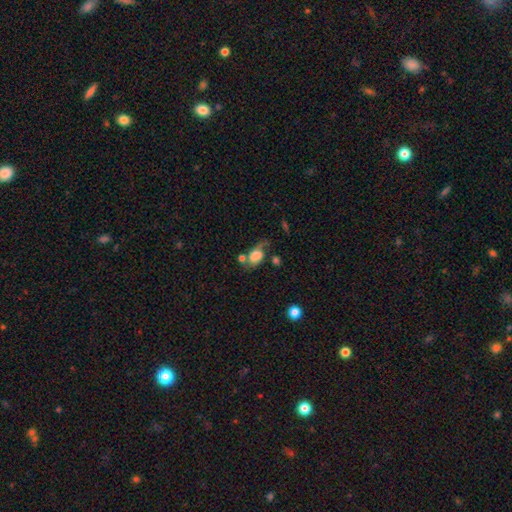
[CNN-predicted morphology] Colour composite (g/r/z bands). It shows a smooth galaxy with no disk features (64%) that is in between round and cigar-shaped (81%). Merging: none (33%).